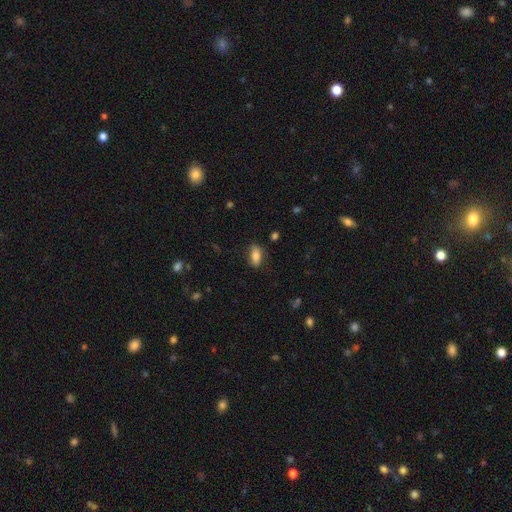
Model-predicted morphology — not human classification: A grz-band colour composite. It shows a smooth galaxy with no disk features (79%) that is in between round and cigar-shaped (83%). Merging: none (78%).